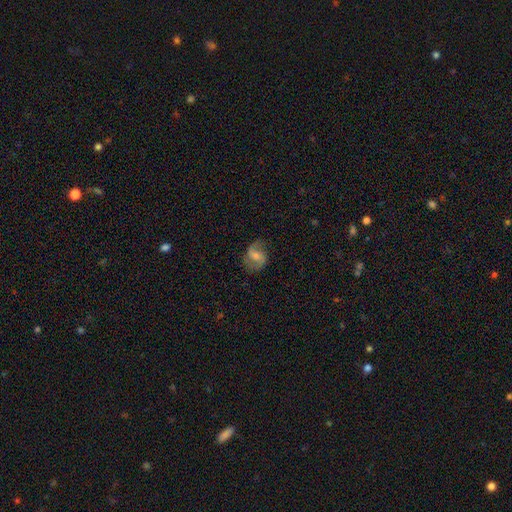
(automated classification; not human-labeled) The model was most divided on "spiral winding": medium: 46%, loose: 38%, tight: 17%. Remaining: edge-on disk — no (97%); spiral arms — yes (91%); spiral arm count — 2 (87%); merging — none (74%); smooth or featured — featured or disk (68%); bar — weak (50%); bulge size — moderate (50%).